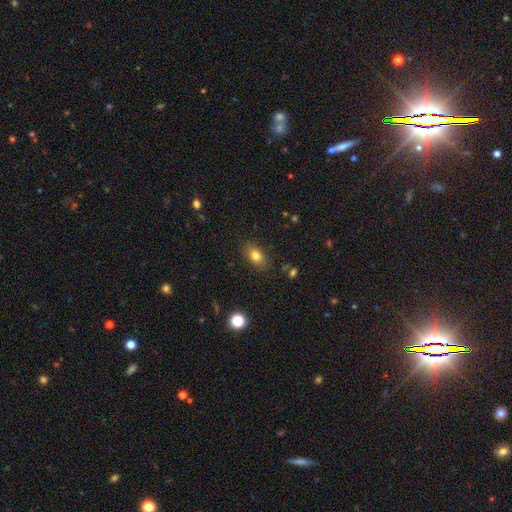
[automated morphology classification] Smooth or featured: smooth — 80% (star or artifact — 11%)
How rounded: in between — 82% (round — 15%)
Merging: none — 85% (minor disturbance — 10%)